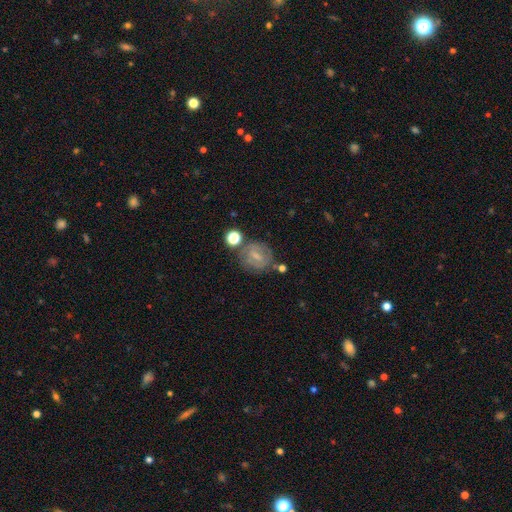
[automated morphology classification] A featured or disk galaxy (53%) with a weak bar (49%), spiral arms (66%) and a small central bulge (56%).

Vote fractions:
- Smooth or featured? featured or disk: 53% / smooth: 34% / star or artifact: 13%
- Edge-on disk? no: 95% / yes: 5%
- Bar? weak: 49% / no: 26% / strong: 25%
- Spiral arms? yes: 66% / no: 34%
- Bulge size? small: 56% / moderate: 25% / none: 15% / large: 2% / dominant: 1%
- Merging? none: 65% / minor disturbance: 16% / merger: 11% / major disturbance: 8%